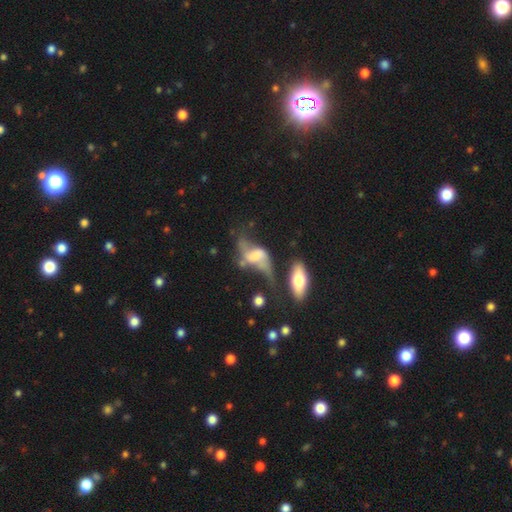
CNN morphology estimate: featured or disk 67%, smooth 24%, star or artifact 9%. Down the decision tree: edge-on disk — no (90%); bar — weak (39%); spiral arms — yes (78%); bulge size — none (30%); merging — major disturbance (29%).